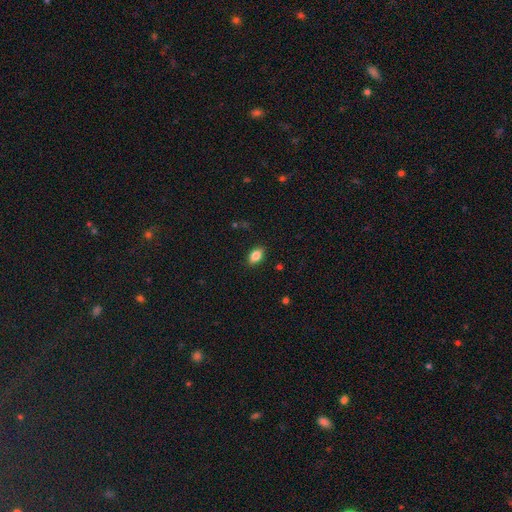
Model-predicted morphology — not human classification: This appears to be a smooth galaxy with no disk features (85%) that is in between round and cigar-shaped (88%). Merging: none (87%).